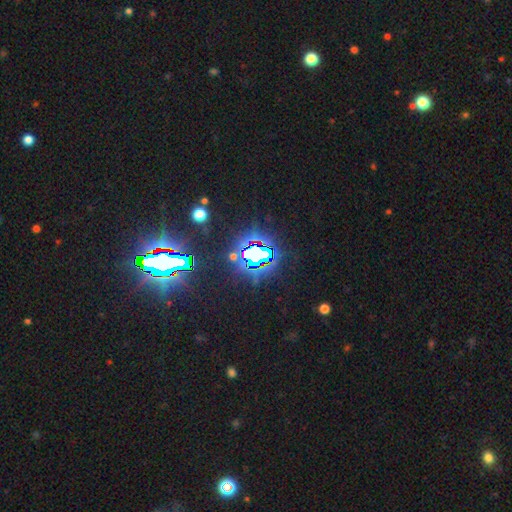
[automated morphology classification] Q: Smooth or featured?
A: star or artifact (77%); runner-up: smooth (13%)